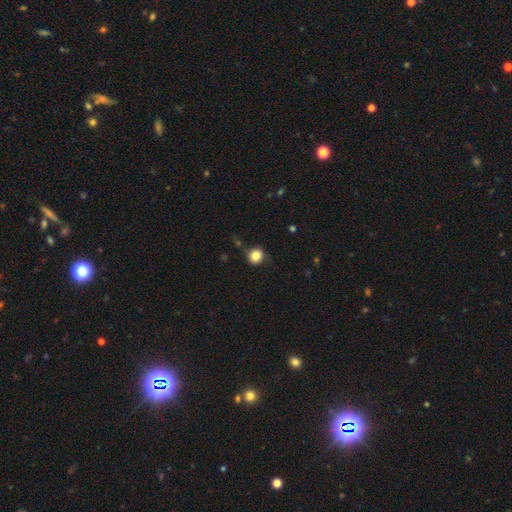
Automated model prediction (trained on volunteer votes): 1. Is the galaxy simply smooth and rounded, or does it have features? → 84% smooth, 11% star or artifact, 6% featured or disk.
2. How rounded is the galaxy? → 92% round, 7% in between, 1% cigar-shaped.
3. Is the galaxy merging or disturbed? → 83% none, 11% minor disturbance, 3% major disturbance, 3% merger.